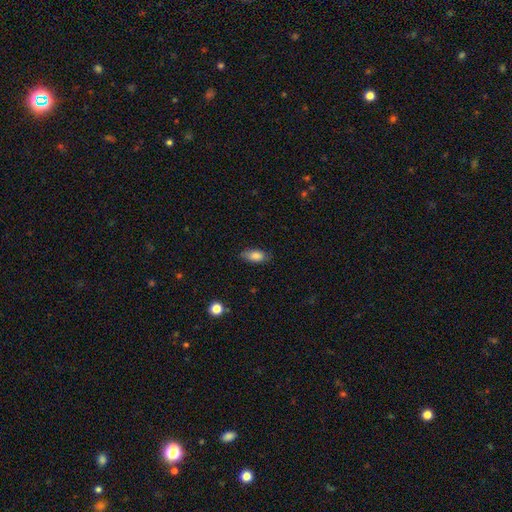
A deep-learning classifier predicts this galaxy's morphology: A smooth galaxy with no disk features (83%) that is in between round and cigar-shaped (86%).

Vote fractions:
- Smooth or featured? smooth: 83% / featured or disk: 9% / star or artifact: 7%
- How rounded? in between: 86% / cigar-shaped: 10% / round: 3%
- Merging? none: 78% / minor disturbance: 17% / major disturbance: 3% / merger: 1%